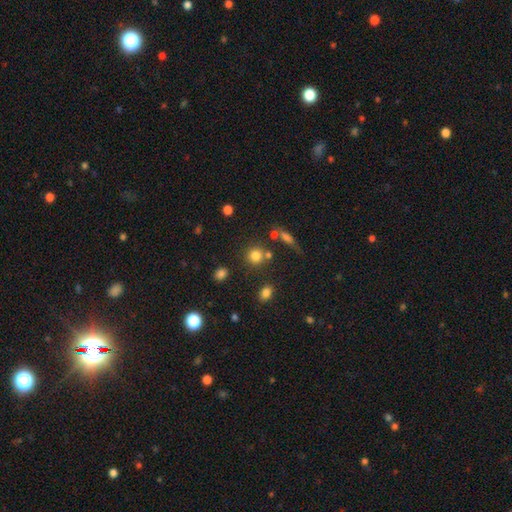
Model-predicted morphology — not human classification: Smooth or featured: smooth — 79% (star or artifact — 14%)
How rounded: round — 89% (in between — 10%)
Merging: none — 71% (merger — 14%)